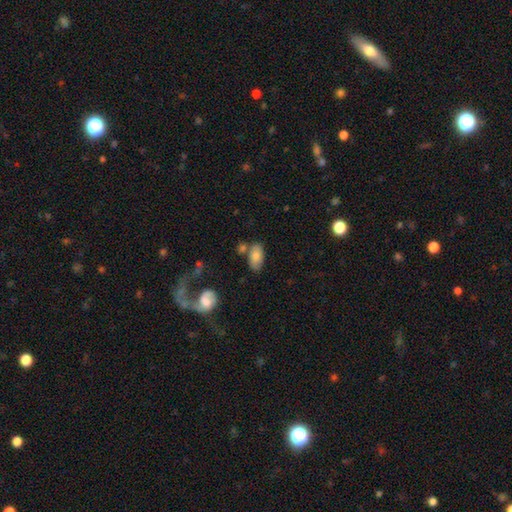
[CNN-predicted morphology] Smooth or featured? Predicted: smooth (p=0.79). How rounded? Predicted: in between (p=0.93). Merging? Predicted: none (p=0.65).